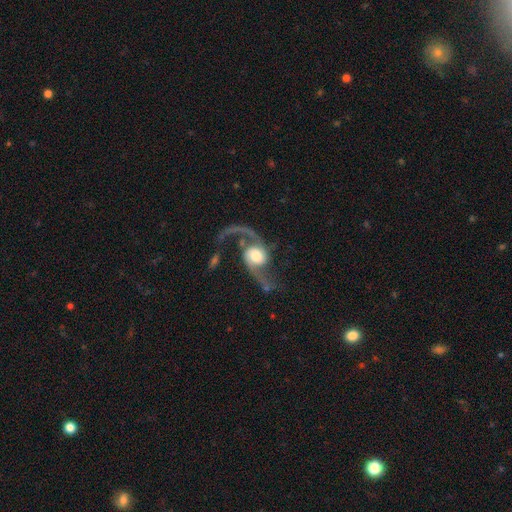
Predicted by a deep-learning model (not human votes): smooth_or_featured: featured or disk (p=0.90) [alt: smooth p=0.06]
disk_edge_on: no (p=0.96) [alt: yes p=0.04]
bar: no (p=0.64) [alt: weak p=0.26]
has_spiral_arms: yes (p=0.97) [alt: no p=0.03]
spiral_winding: loose (p=0.83) [alt: medium p=0.15]
spiral_arm_count: 2 (p=0.93) [alt: 1 p=0.03]
bulge_size: large (p=0.43) [alt: moderate p=0.36]
merging: none (p=0.63) [alt: major disturbance p=0.18]